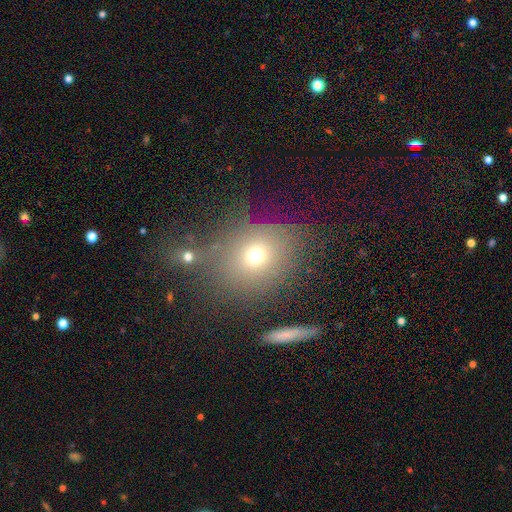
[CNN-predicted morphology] Overall: smooth (67%). How rounded: round (69%; in between 30%). Merging: none (56%).